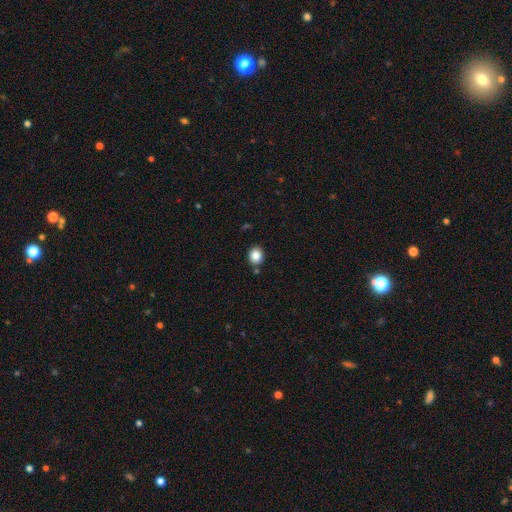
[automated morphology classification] smooth-or-featured: smooth: 85% | star or artifact: 10% | featured or disk: 5%
  how-rounded: round: 74% | in between: 26% | cigar-shaped: 1%
  merging: none: 84% | minor disturbance: 8% | merger: 5% | major disturbance: 2%